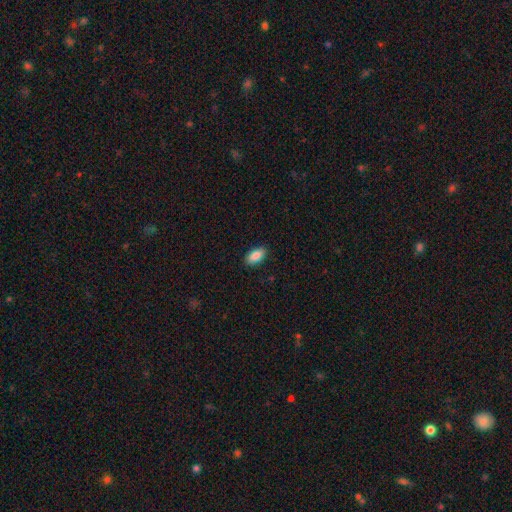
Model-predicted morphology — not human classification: This is clearly a smooth galaxy (88%). How rounded: clearly in between (91%). Merging: clearly none (88%).